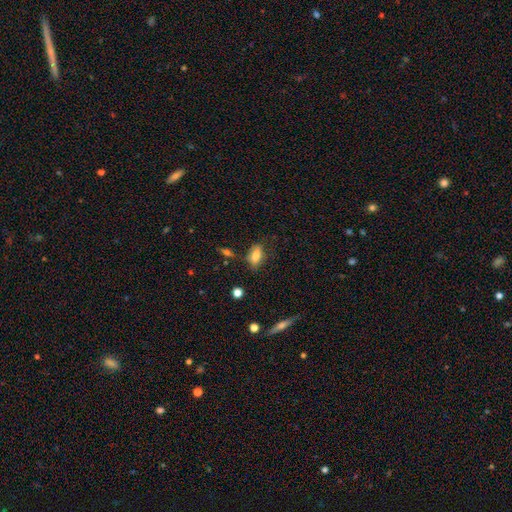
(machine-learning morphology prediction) Smooth or featured: smooth — 78% (featured or disk — 13%)
How rounded: in between — 84% (cigar-shaped — 10%)
Merging: none — 66% (minor disturbance — 22%)